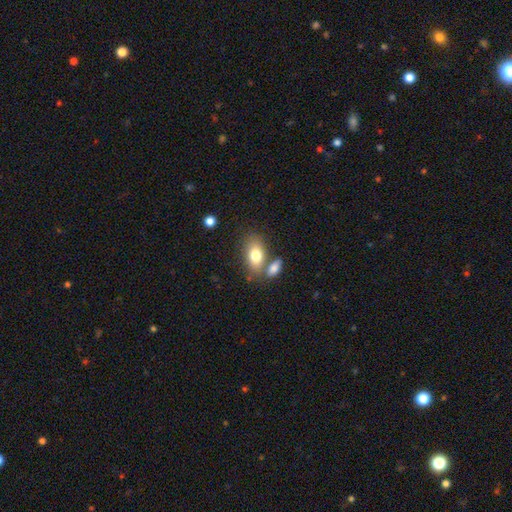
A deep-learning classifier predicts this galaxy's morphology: smooth 79%, featured or disk 14%, star or artifact 7%. Down the decision tree: how rounded — in between (89%); merging — none (54%).